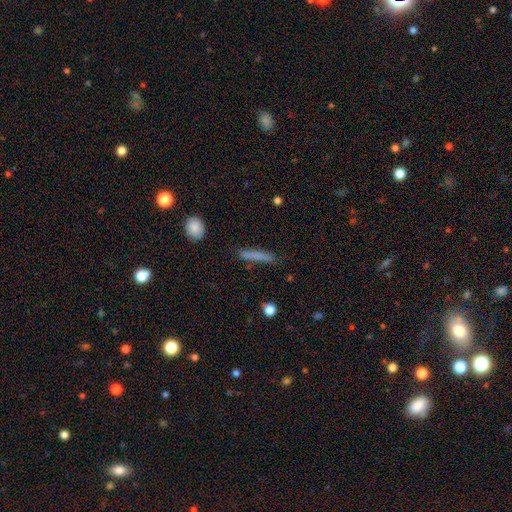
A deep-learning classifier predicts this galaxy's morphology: smooth 76%, featured or disk 17%, star or artifact 7%. Down the decision tree: how rounded — cigar-shaped (93%); merging — none (81%).